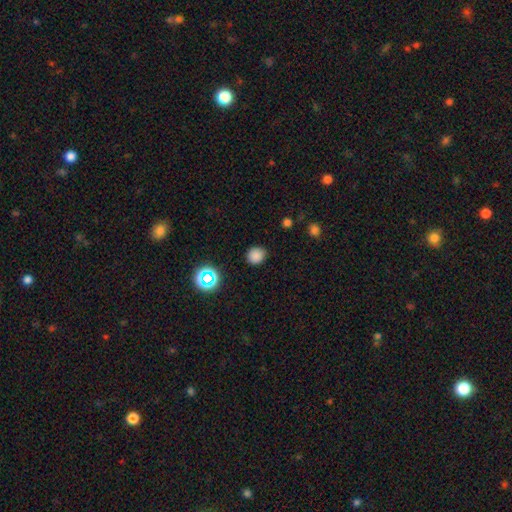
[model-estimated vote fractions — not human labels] Smooth or featured?
  - smooth: 80% *
  - star or artifact: 16%
  - featured or disk: 4%
How rounded?
  - round: 83% *
  - in between: 16%
  - cigar-shaped: 1%
Merging?
  - none: 85% *
  - minor disturbance: 10%
  - major disturbance: 3%
  - merger: 1%